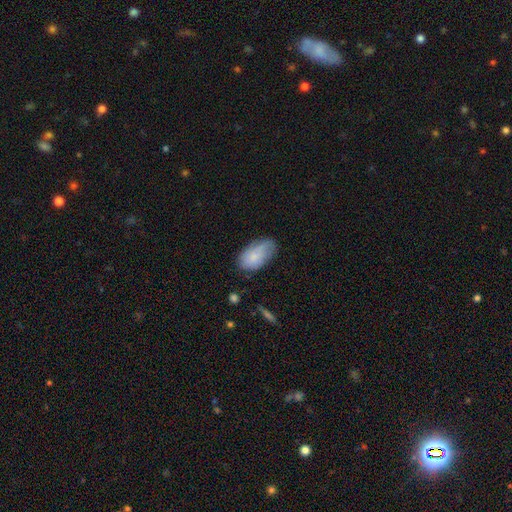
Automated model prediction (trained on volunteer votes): smooth_or_featured: smooth (p=0.78) [alt: featured or disk p=0.16]
how_rounded: in between (p=0.94) [alt: round p=0.03]
merging: none (p=0.57) [alt: minor disturbance p=0.31]